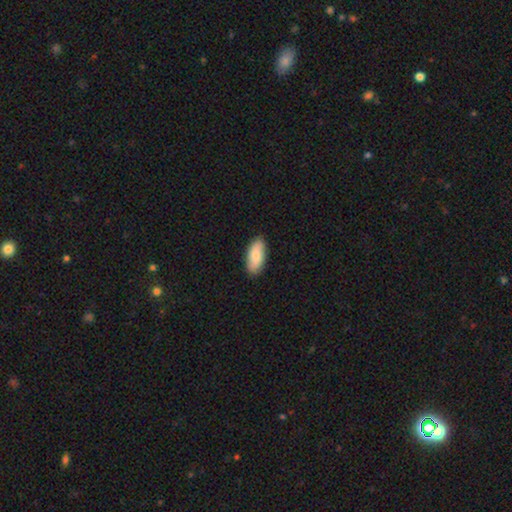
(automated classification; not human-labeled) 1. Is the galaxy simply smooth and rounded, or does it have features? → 70% smooth, 24% featured or disk, 6% star or artifact.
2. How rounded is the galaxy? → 86% in between, 11% cigar-shaped, 2% round.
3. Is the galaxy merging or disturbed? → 87% none, 10% minor disturbance, 2% major disturbance, 1% merger.